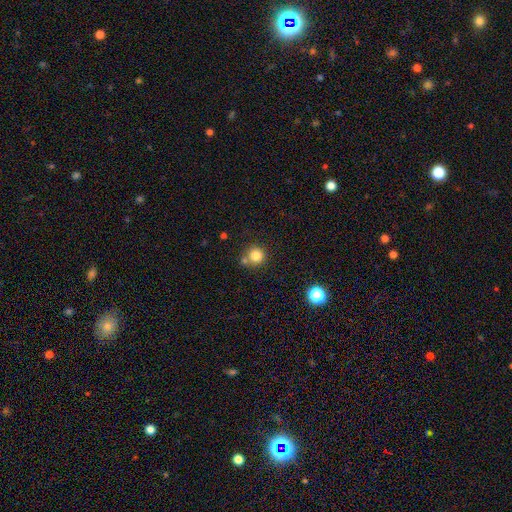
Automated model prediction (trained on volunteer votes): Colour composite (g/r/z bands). It shows a smooth galaxy with no disk features (82%) that is round (93%). Merging: none (68%).